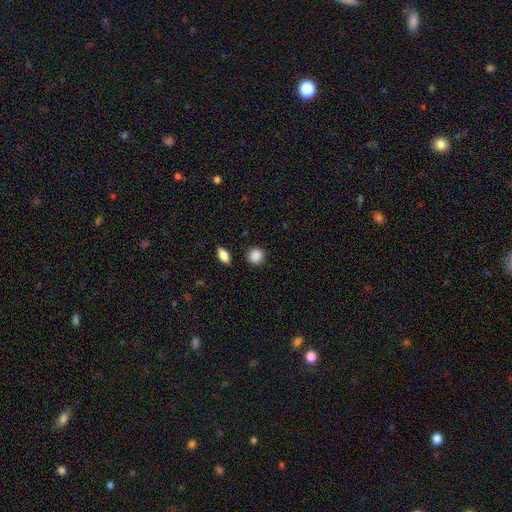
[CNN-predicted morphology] Overall: smooth (88%). How rounded: round (83%). Merging: none (86%).